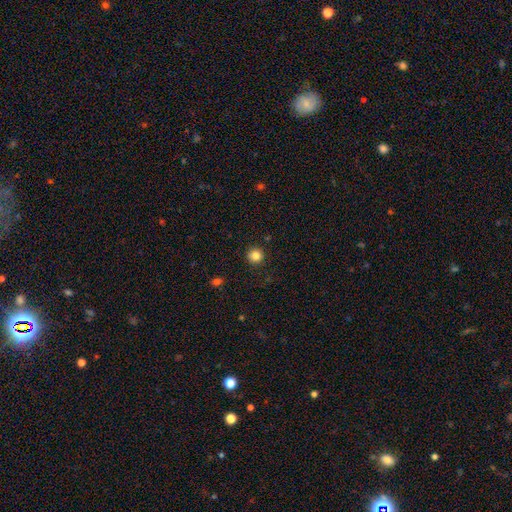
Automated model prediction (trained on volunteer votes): Morphology: type=smooth (83%); roundness=round (95%); merging=none (91%).